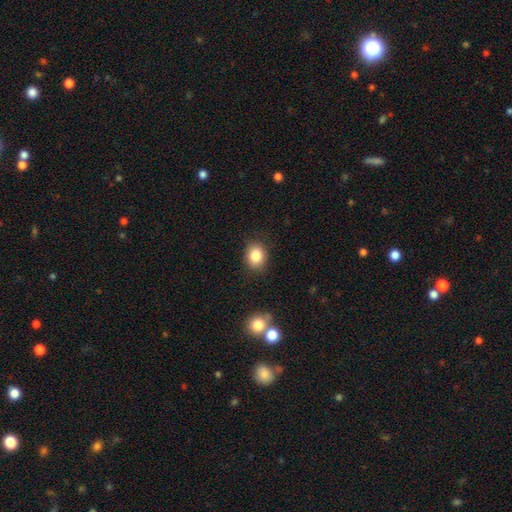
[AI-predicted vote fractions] This appears to be a smooth galaxy with no disk features (84%) that is round (54%). Merging: none (87%).